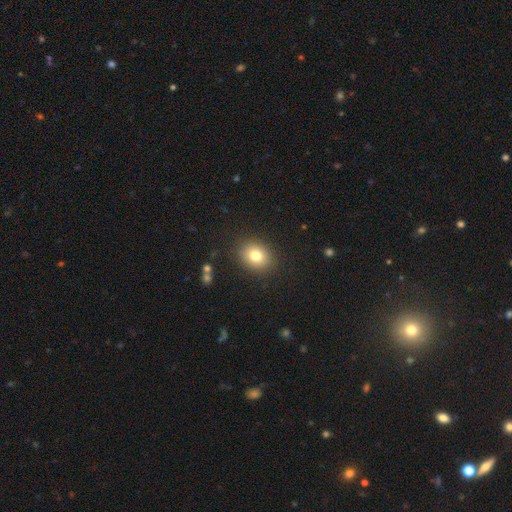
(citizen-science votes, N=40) Smooth or featured?
  - smooth: 80% *
  - featured or disk: 10%
  - star or artifact: 10%
How rounded?
  - round: 62% *
  - in between: 34%
  - cigar-shaped: 3%
Merging?
  - none: 86% *
  - minor disturbance: 8%
  - major disturbance: 6%
  - merger: 0%